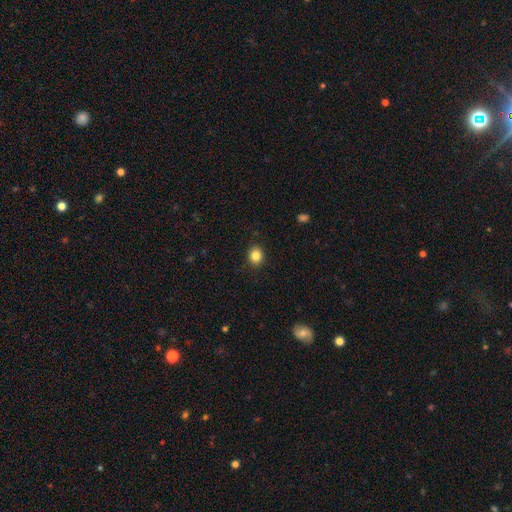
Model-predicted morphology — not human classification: Q: Smooth or featured?
A: smooth (84%); runner-up: star or artifact (11%)
Q: How rounded?
A: round (69%); runner-up: in between (31%)
Q: Merging?
A: none (90%); runner-up: minor disturbance (7%)